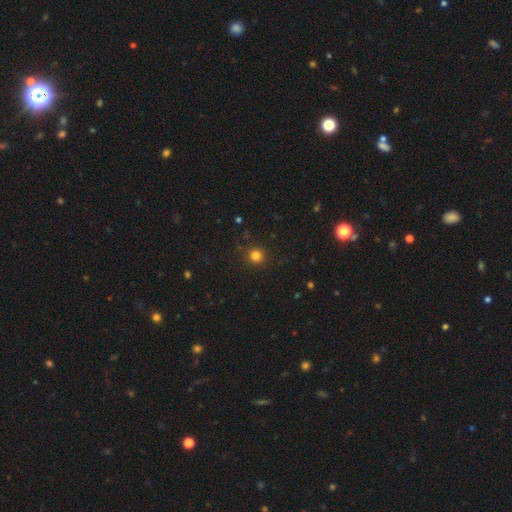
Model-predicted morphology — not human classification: smooth_or_featured: smooth (p=0.81) [alt: star or artifact p=0.14]
how_rounded: round (p=0.94) [alt: in between p=0.05]
merging: none (p=0.90) [alt: minor disturbance p=0.07]